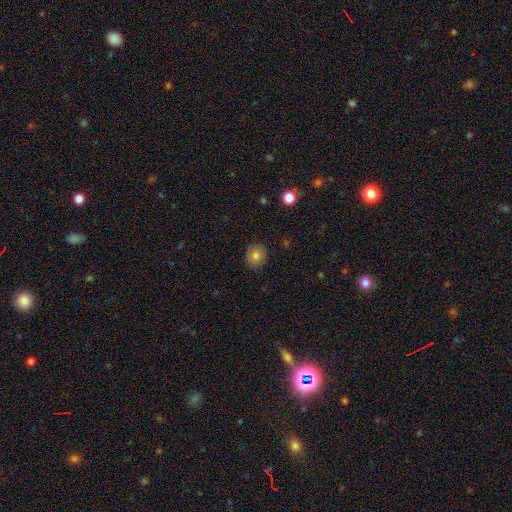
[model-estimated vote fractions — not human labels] A smooth galaxy with no disk features (79%) that is round (83%). Merging: none (88%).